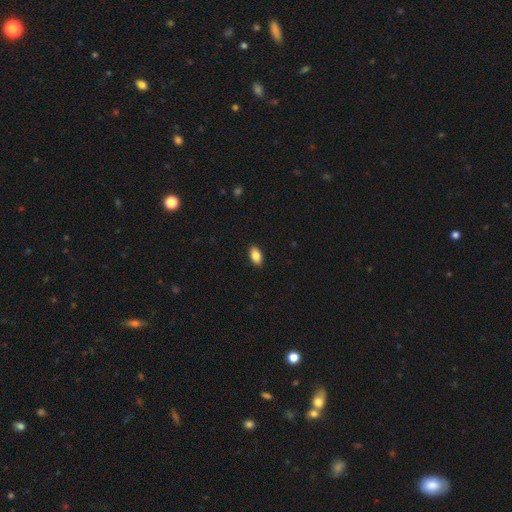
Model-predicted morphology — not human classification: A smooth galaxy with no disk features (85%) that is in between round and cigar-shaped (92%). Merging: none (90%).